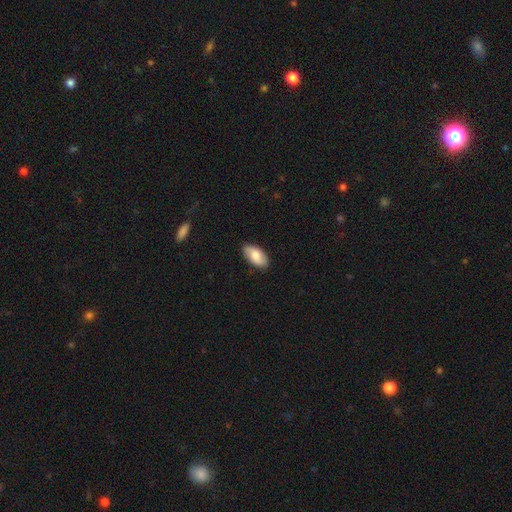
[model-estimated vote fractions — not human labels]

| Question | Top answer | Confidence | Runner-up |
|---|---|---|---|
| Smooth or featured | smooth | 78% | featured or disk (16%) |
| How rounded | in between | 94% | cigar-shaped (3%) |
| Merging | none | 85% | minor disturbance (11%) |